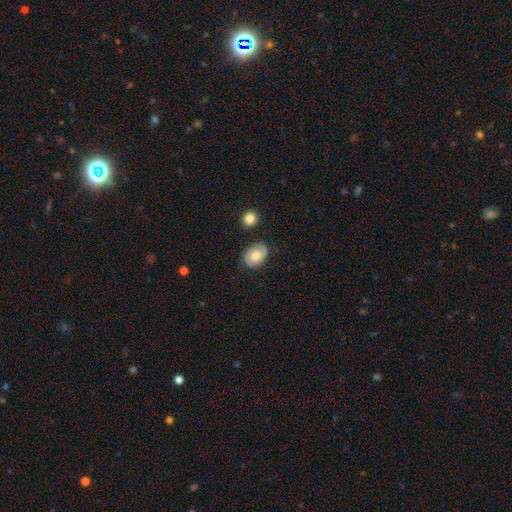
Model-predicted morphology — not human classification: This appears to be a smooth galaxy with no disk features (56%) that is in between round and cigar-shaped (75%). Merging: none (76%).